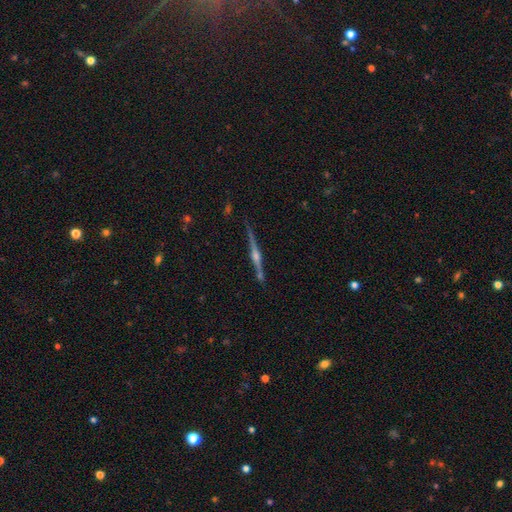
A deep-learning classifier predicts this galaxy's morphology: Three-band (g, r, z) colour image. It shows a featured or disk galaxy (87%) viewed edge-on (98%) with a rounded central bulge (90%). Merging: none (86%).